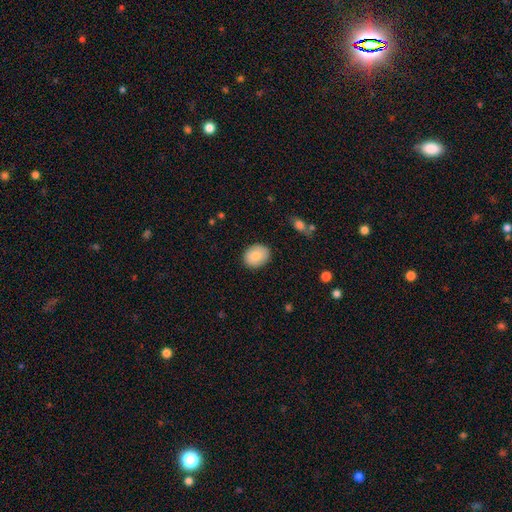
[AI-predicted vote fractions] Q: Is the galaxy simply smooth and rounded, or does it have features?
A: smooth — 85%.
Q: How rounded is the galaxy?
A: in between — 59%.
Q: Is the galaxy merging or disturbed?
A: none — 87%.